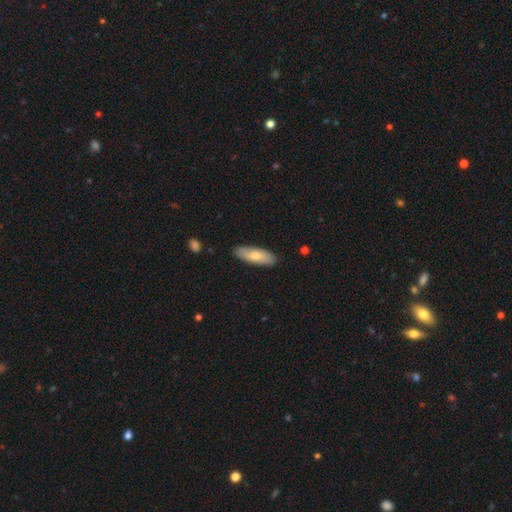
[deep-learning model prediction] Smooth or featured? smooth (71%)
How rounded? in between (61%)
Merging? none (87%)